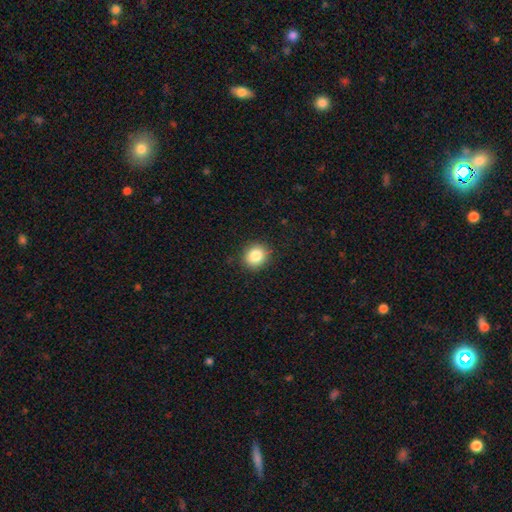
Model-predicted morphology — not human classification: Smooth or featured? smooth (85%)
How rounded? round (83%)
Merging? none (90%)